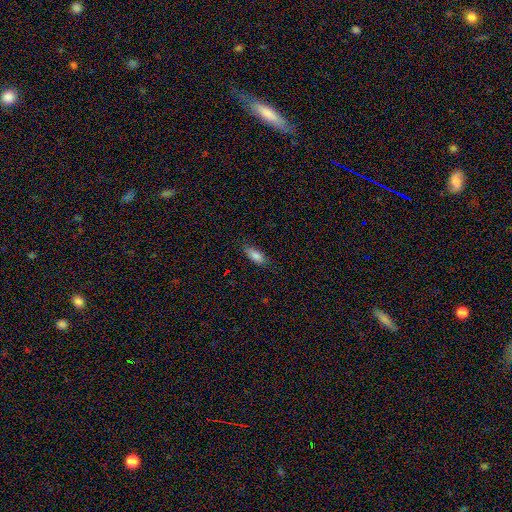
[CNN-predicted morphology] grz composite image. It shows a smooth galaxy with no disk features (84%) that is in between round and cigar-shaped (82%). Merging: none (80%).